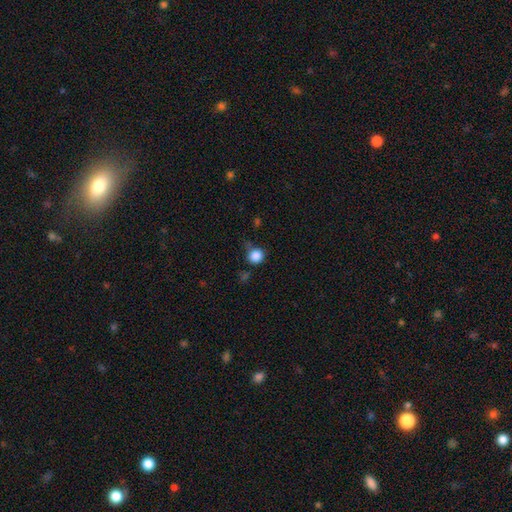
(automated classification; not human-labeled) smooth 86%, star or artifact 10%, featured or disk 4%. Down the decision tree: how rounded — round (87%); merging — none (59%).